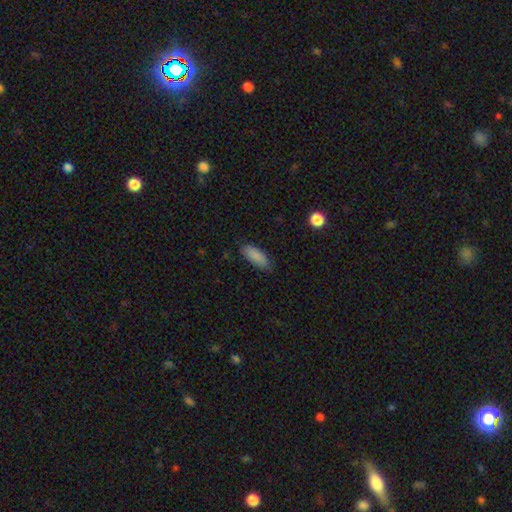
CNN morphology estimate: A smooth galaxy with no disk features (88%) that is in between round and cigar-shaped (79%). Merging: none (81%).